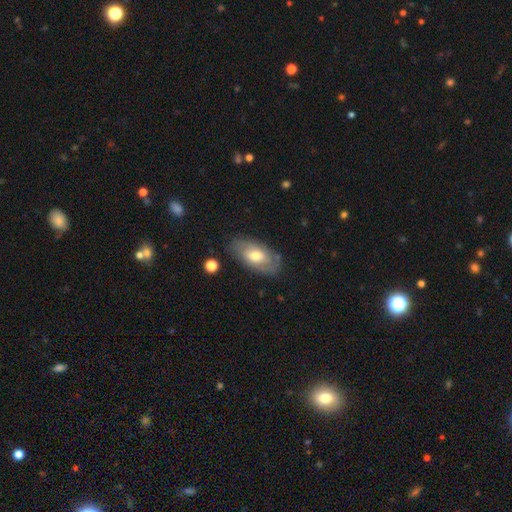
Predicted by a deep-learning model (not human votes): Smooth or featured: smooth — 50% (featured or disk — 44%)
Merging: none — 76% (minor disturbance — 17%)